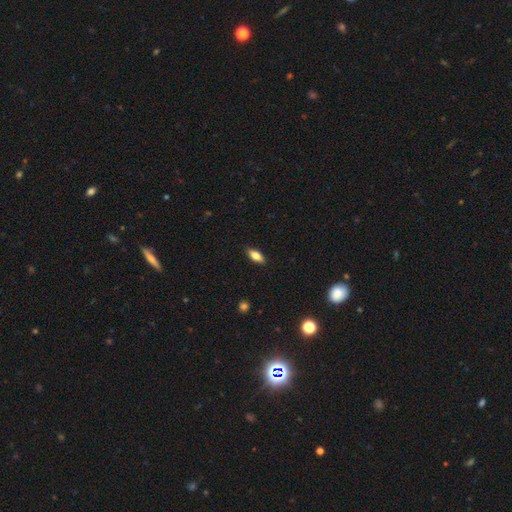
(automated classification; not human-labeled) A smooth galaxy with no disk features (78%) that is in between round and cigar-shaped (81%).

Vote fractions:
- Smooth or featured? smooth: 78% / featured or disk: 15% / star or artifact: 7%
- How rounded? in between: 81% / cigar-shaped: 16% / round: 3%
- Merging? none: 89% / minor disturbance: 9% / major disturbance: 2% / merger: 1%